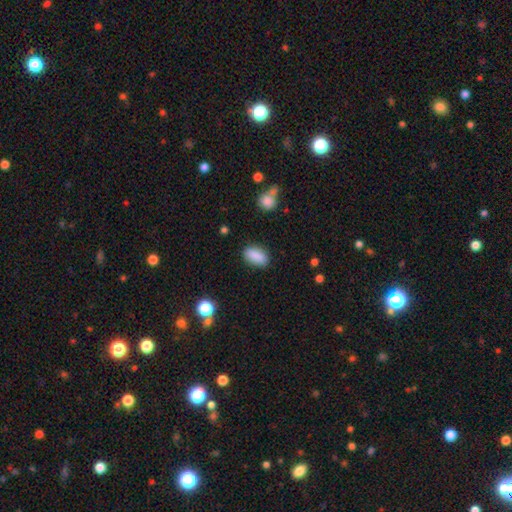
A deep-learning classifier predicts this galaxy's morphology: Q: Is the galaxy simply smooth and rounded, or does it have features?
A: smooth — 88%.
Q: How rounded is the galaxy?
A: in between — 90%.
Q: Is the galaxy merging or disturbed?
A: none — 85%.